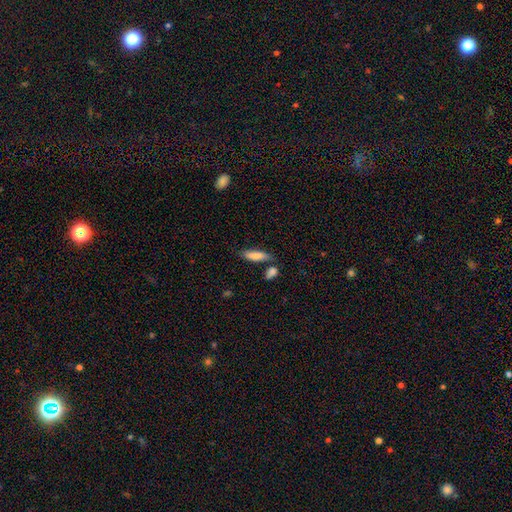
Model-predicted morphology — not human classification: smooth-or-featured: smooth: 80% | featured or disk: 13% | star or artifact: 6%
  how-rounded: cigar-shaped: 56% | in between: 42% | round: 2%
  merging: none: 67% | minor disturbance: 16% | merger: 13% | major disturbance: 4%